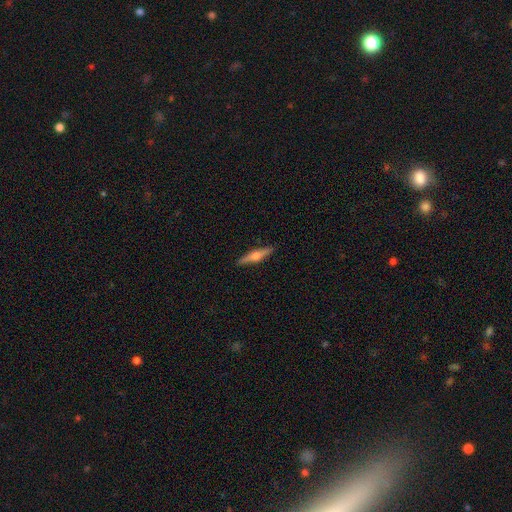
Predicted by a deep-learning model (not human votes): A featured or disk galaxy (61%) viewed edge-on (97%) with a rounded central bulge (90%).

Vote fractions:
- Smooth or featured? featured or disk: 61% / smooth: 33% / star or artifact: 6%
- Edge-on disk? yes: 97% / no: 3%
- Edge-on bulge? rounded: 90% / boxy: 6% / none: 4%
- Merging? none: 91% / minor disturbance: 7% / major disturbance: 1% / merger: 1%